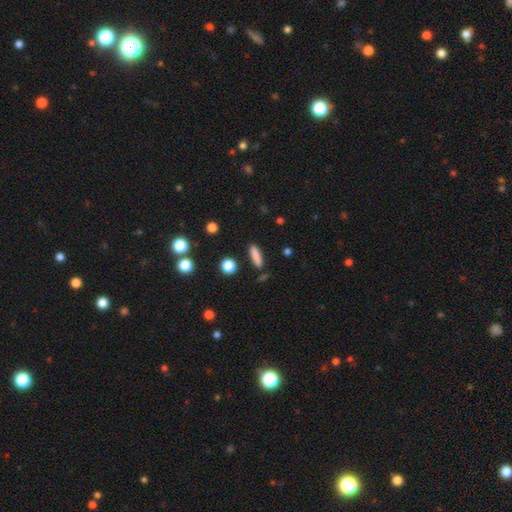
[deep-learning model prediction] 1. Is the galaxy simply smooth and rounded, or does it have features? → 83% smooth, 9% star or artifact, 8% featured or disk.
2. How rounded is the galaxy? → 74% cigar-shaped, 23% in between, 3% round.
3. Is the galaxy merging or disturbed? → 85% none, 9% minor disturbance, 3% merger, 2% major disturbance.